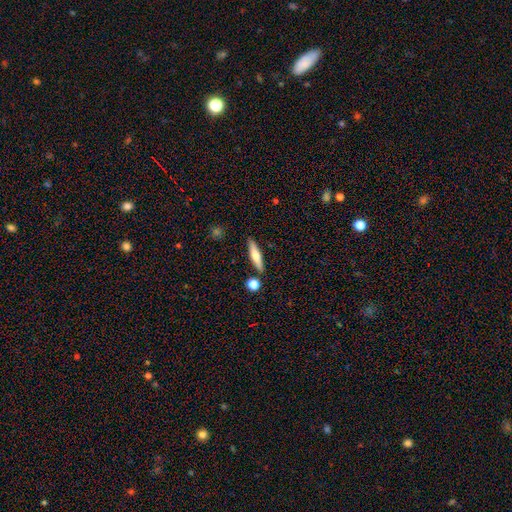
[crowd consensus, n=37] smooth 65%, featured or disk 32%, star or artifact 3%. Down the decision tree: how rounded — cigar-shaped (83%); merging — none (86%).